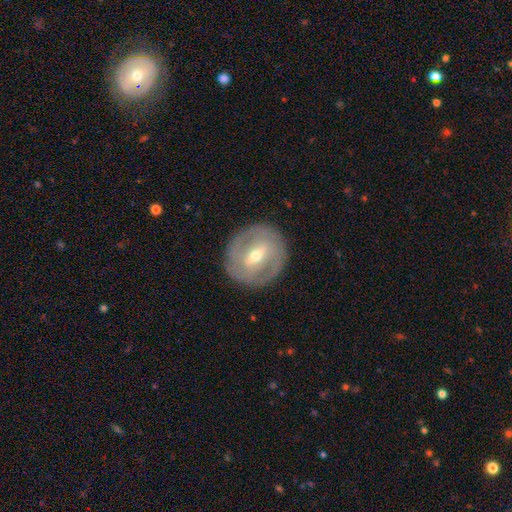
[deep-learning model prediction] Smooth or featured: featured or disk — 72% (smooth — 22%)
Edge-on disk: no — 94% (yes — 6%)
Bar: weak — 43% (tied with strong — 43%)
Spiral arms: yes — 63% (no — 37%)
Bulge size: moderate — 56% (small — 41%)
Merging: none — 86% (minor disturbance — 10%)